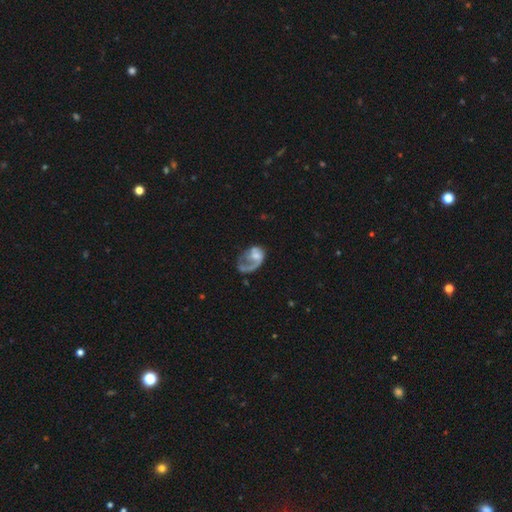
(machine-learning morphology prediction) A featured or disk galaxy (64%) with no bar (74%), spiral arms (69%) and a small central bulge (38%).

Vote fractions:
- Smooth or featured? featured or disk: 64% / smooth: 29% / star or artifact: 7%
- Edge-on disk? no: 98% / yes: 2%
- Bar? no: 74% / weak: 22% / strong: 4%
- Spiral arms? yes: 69% / no: 31%
- Bulge size? small: 38% / moderate: 32% / none: 21% / large: 6% / dominant: 2%
- Merging? major disturbance: 50% / none: 27% / minor disturbance: 16% / merger: 7%